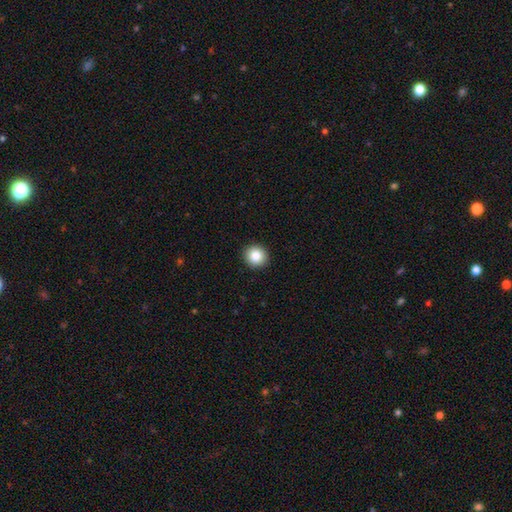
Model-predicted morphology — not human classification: A smooth galaxy with no disk features (84%) that is round (90%). Merging: none (93%).